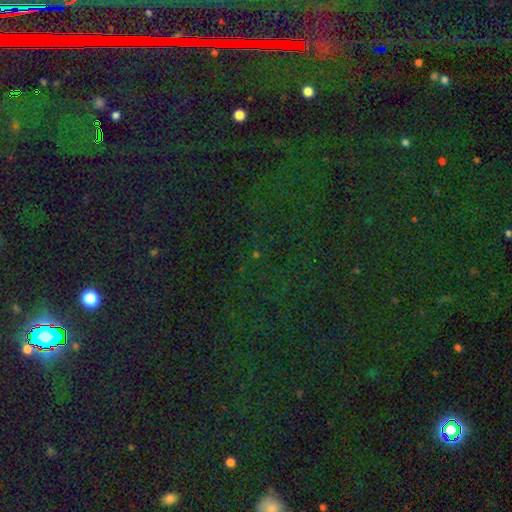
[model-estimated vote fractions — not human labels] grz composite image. It shows a star or artifact, not a galaxy (81%).